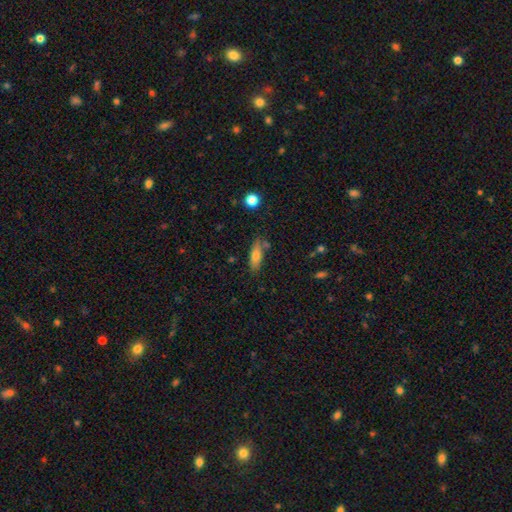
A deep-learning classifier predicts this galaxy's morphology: Overall: smooth (71%). How rounded: in between (55%; cigar-shaped 42%). Merging: none (68%).